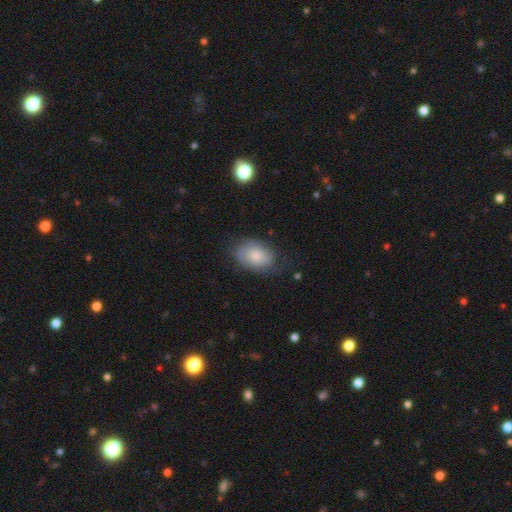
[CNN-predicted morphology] smooth 68%, featured or disk 25%, star or artifact 7%. Down the decision tree: how rounded — in between (85%); merging — none (67%).